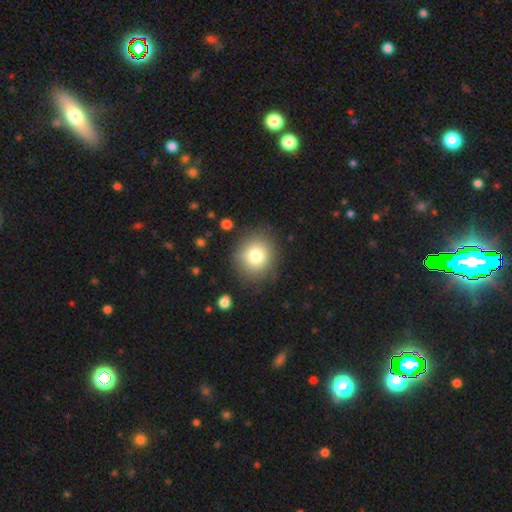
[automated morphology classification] smooth-or-featured: smooth: 78% | star or artifact: 11% | featured or disk: 11%
  how-rounded: round: 81% | in between: 18% | cigar-shaped: 1%
  merging: none: 85% | minor disturbance: 10% | major disturbance: 4% | merger: 2%